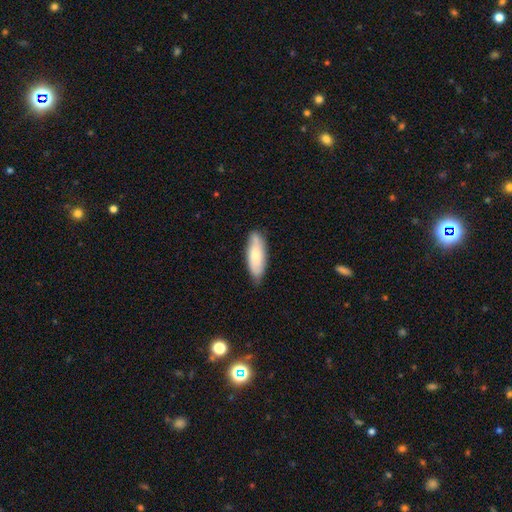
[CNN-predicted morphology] smooth-or-featured: smooth: 65% | featured or disk: 30% | star or artifact: 6%
  how-rounded: in between: 63% | cigar-shaped: 36% | round: 2%
  merging: none: 74% | minor disturbance: 21% | major disturbance: 3% | merger: 2%